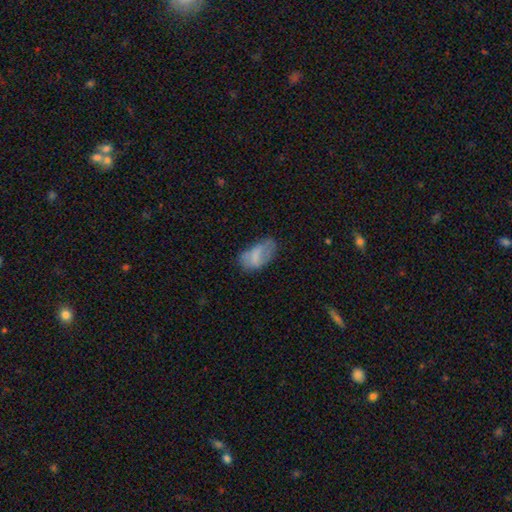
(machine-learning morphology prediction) Overall: smooth (66%). How rounded: in between (93%). Merging: none (47%; minor disturbance 32%).